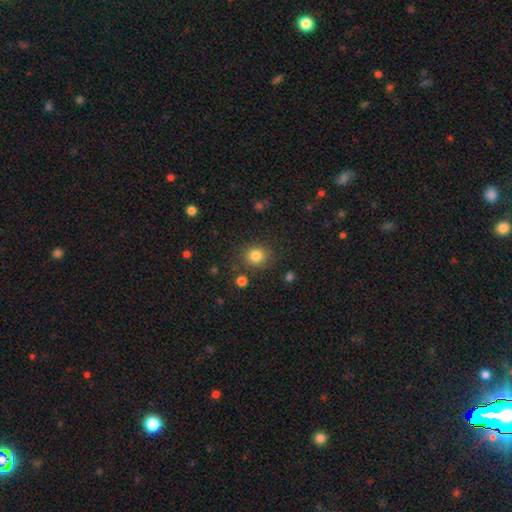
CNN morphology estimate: This appears to be a smooth galaxy with no disk features (83%) that is round (86%). Merging: none (84%).